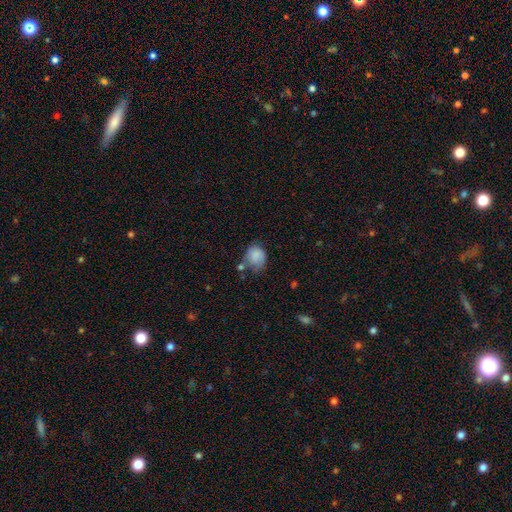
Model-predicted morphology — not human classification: smooth_or_featured: smooth (p=0.80) [alt: featured or disk p=0.12]
how_rounded: round (p=0.56) [alt: in between p=0.43]
merging: none (p=0.42) [alt: minor disturbance p=0.33]